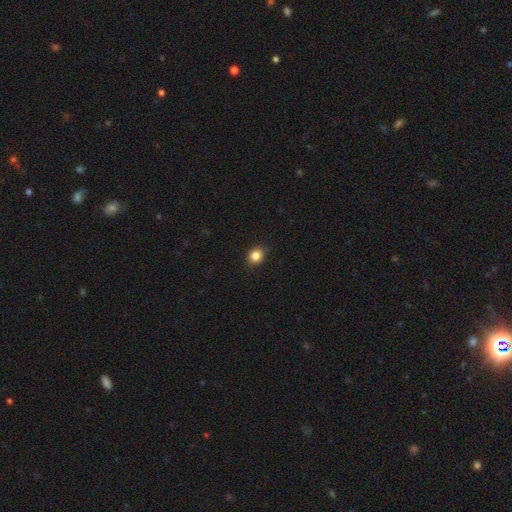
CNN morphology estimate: Smooth or featured? Predicted: smooth (p=0.84). How rounded? Predicted: round (p=0.71). Merging? Predicted: none (p=0.86).